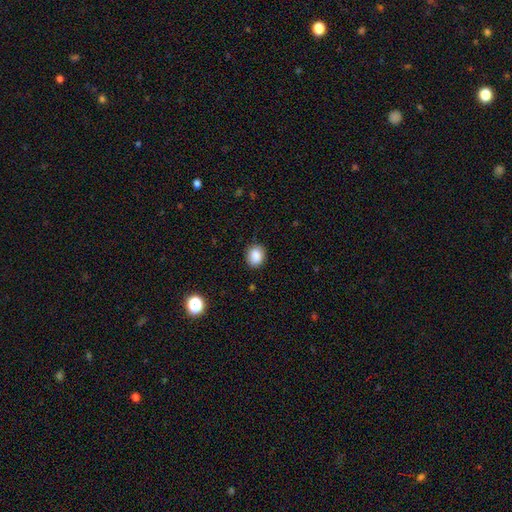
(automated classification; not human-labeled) Morphology: type=smooth (87%); roundness=round (55%); merging=none (87%).